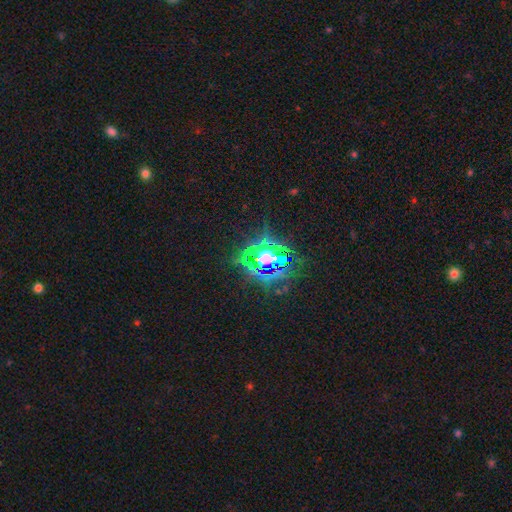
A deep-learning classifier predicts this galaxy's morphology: star or artifact 78%, smooth 13%, featured or disk 10%.